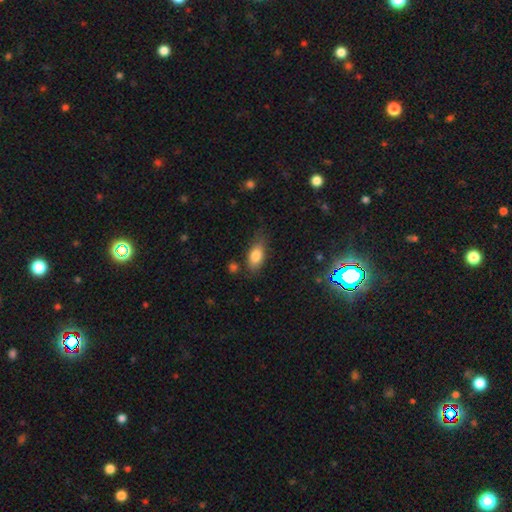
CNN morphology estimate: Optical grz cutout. It shows a smooth galaxy with no disk features (82%) that is in between round and cigar-shaped (85%). Merging: none (67%).